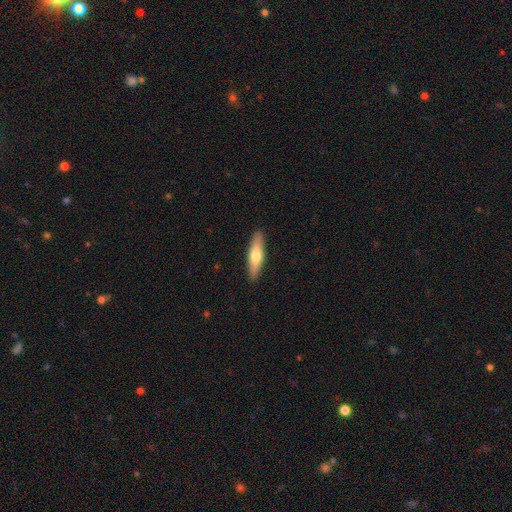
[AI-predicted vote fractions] The model was most divided on "smooth or featured": smooth: 60%, featured or disk: 35%, star or artifact: 5%. More confident: merging — none (90%); how rounded — cigar-shaped (69%).